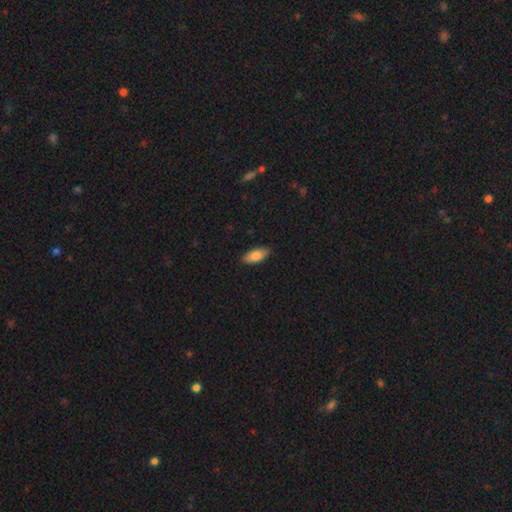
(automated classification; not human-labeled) The model was most divided on "smooth or featured": smooth: 82%, featured or disk: 11%, star or artifact: 6%. More confident: merging — none (87%); how rounded — in between (84%).